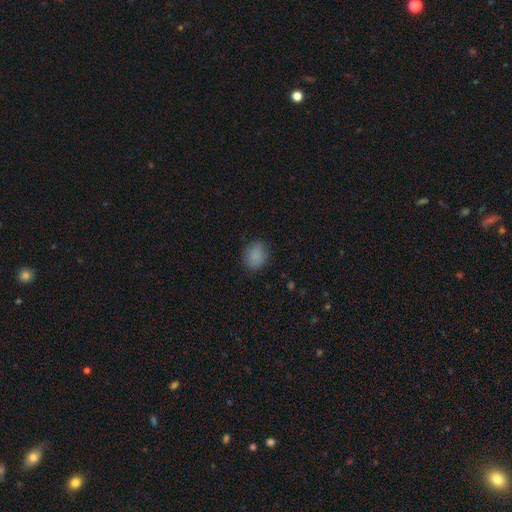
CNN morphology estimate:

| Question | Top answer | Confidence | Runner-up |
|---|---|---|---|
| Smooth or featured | smooth | 86% | star or artifact (9%) |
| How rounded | round | 52% | in between (47%) |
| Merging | none | 82% | minor disturbance (13%) |